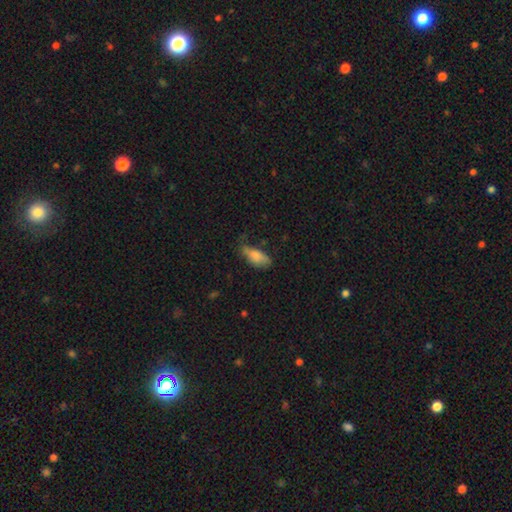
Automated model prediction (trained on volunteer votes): This appears to be a smooth galaxy with no disk features (79%) that is in between round and cigar-shaped (84%). Merging: none (43%).